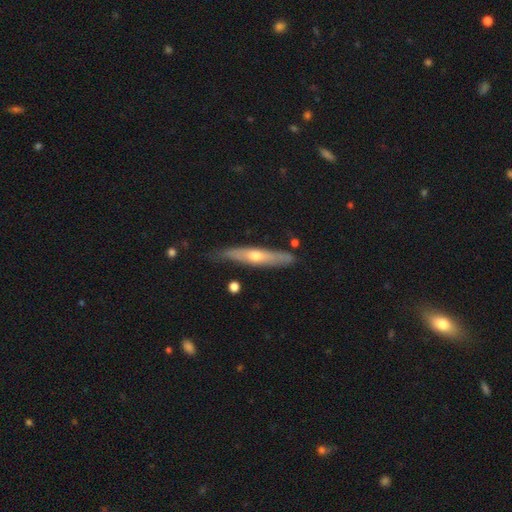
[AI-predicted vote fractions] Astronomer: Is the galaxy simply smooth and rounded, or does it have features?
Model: featured or disk — 57% (runner-up: smooth, 37%).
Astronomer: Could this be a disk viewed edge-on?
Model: yes — 86%.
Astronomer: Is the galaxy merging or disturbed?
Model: none — 78%.